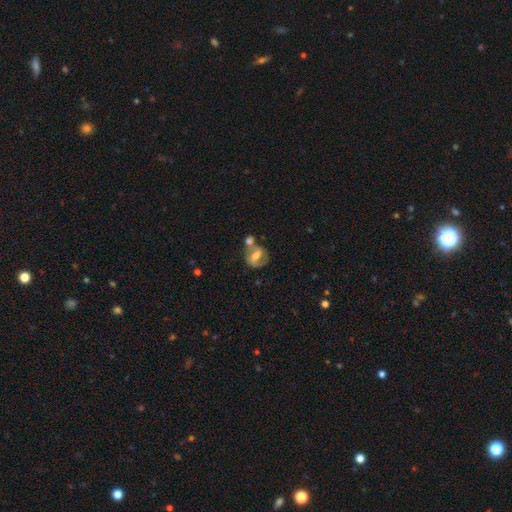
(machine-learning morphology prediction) featured or disk 53%, smooth 39%, star or artifact 8%. Down the decision tree: edge-on disk — no (95%); bar — strong (40%); spiral arms — yes (60%); bulge size — moderate (57%); merging — none (39%).